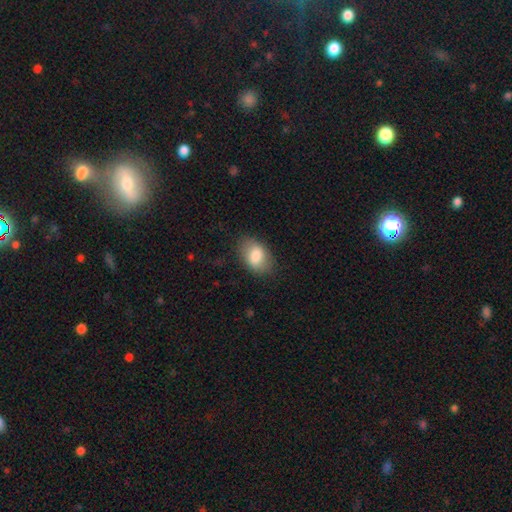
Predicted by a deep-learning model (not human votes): Smooth or featured? smooth (79%)
How rounded? in between (87%)
Merging? none (79%)